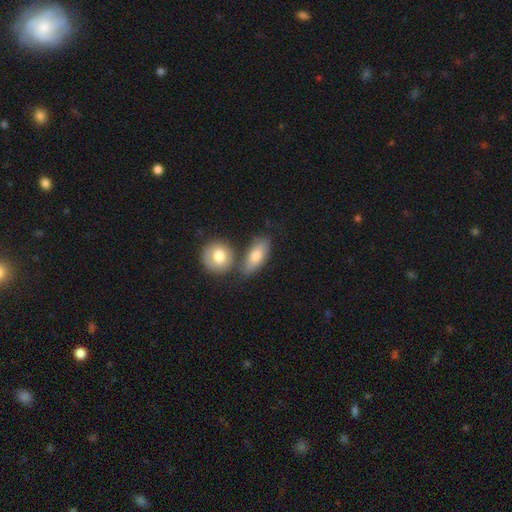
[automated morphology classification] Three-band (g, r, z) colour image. It shows a smooth galaxy with no disk features (74%) that is in between round and cigar-shaped (74%). Merging: none (54%).